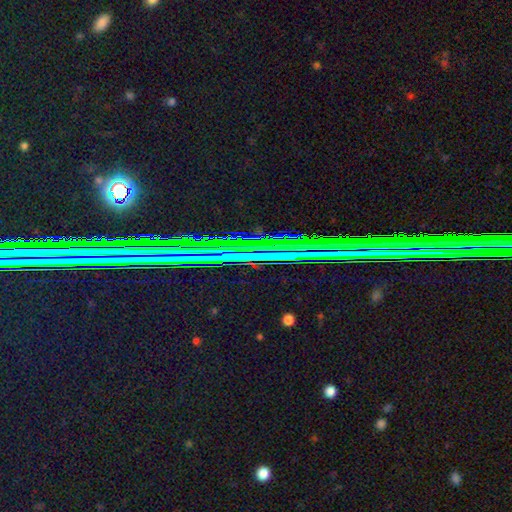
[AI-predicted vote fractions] Smooth or featured: star or artifact — 76% (featured or disk — 12%)